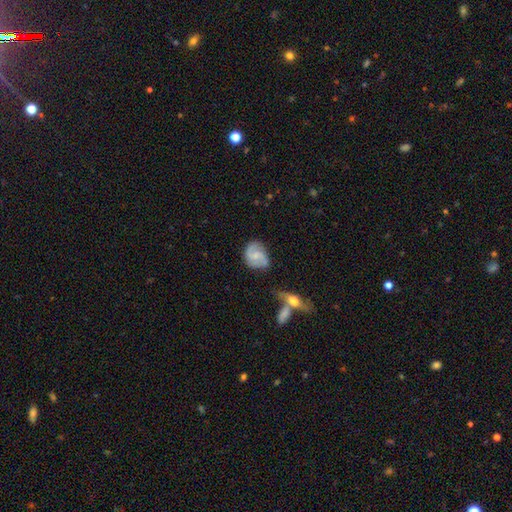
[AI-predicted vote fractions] Smooth or featured: featured or disk — 62% (smooth — 31%)
Edge-on disk: no — 97% (yes — 3%)
Bar: no — 47% (weak — 44%)
Spiral arms: yes — 90% (no — 10%)
Spiral winding: medium — 46% (loose — 29%)
Spiral arm count: 2 — 82% (can't tell — 9%)
Bulge size: small — 49% (moderate — 28%)
Merging: none — 63% (minor disturbance — 23%)